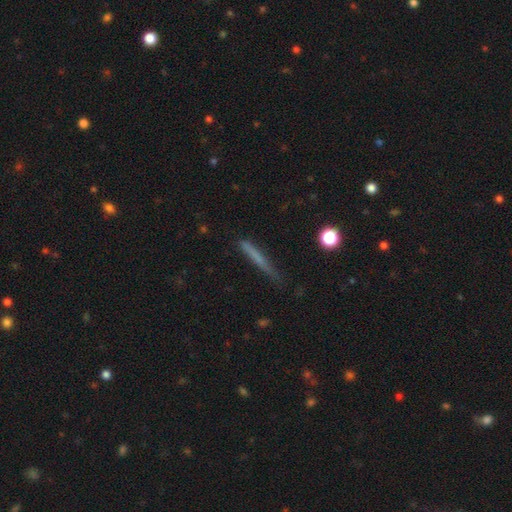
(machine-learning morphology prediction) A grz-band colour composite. It shows a smooth galaxy with no disk features (58%) that is cigar-shaped (94%). Merging: none (73%).